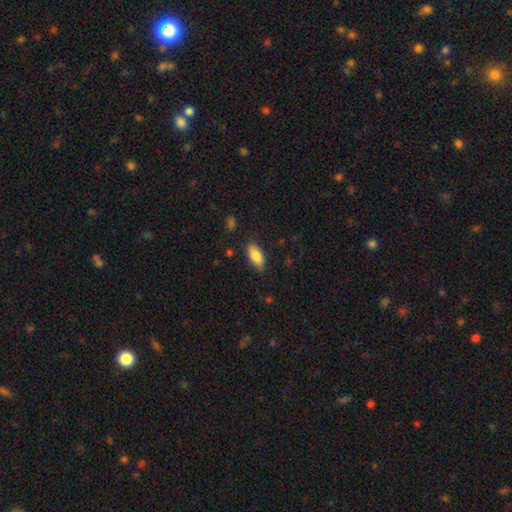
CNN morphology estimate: Q: Smooth or featured?
A: smooth (84%); runner-up: featured or disk (10%)
Q: How rounded?
A: in between (88%); runner-up: cigar-shaped (10%)
Q: Merging?
A: none (84%); runner-up: minor disturbance (12%)